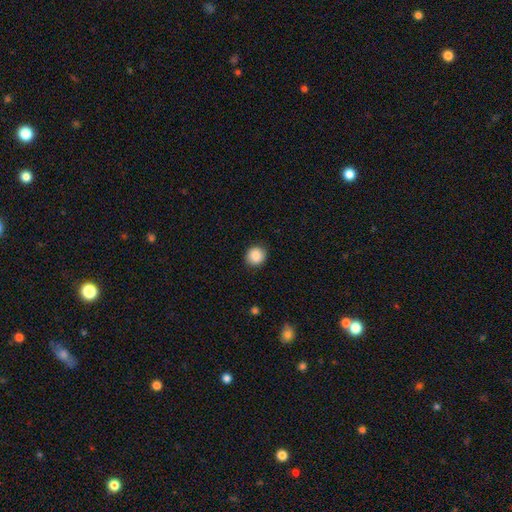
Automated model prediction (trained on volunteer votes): Overall: smooth (88%). How rounded: round (88%). Merging: none (89%).